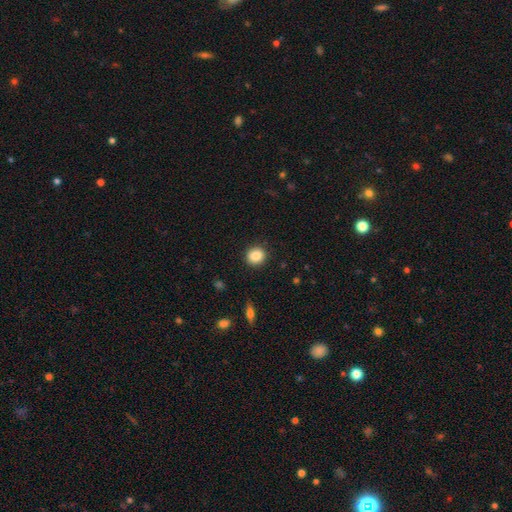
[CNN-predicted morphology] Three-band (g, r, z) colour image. It shows a smooth galaxy with no disk features (87%) that is round (84%). Merging: none (90%).